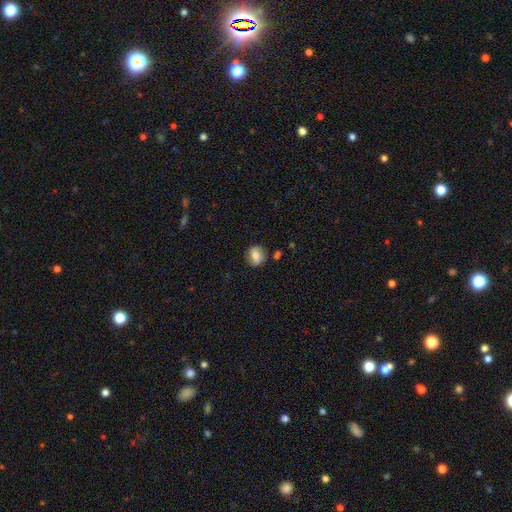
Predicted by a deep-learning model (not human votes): This appears to be a smooth galaxy with no disk features (75%) that is round (51%). Merging: none (78%).